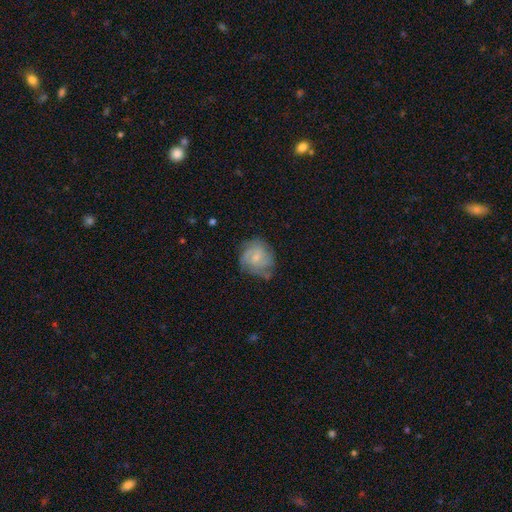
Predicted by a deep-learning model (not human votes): Morphology: type=featured or disk (57%); edge-on=no (98%); bar=no (61%); spiral arms=yes (82%); bulge=small (63%); merging=none (60%).